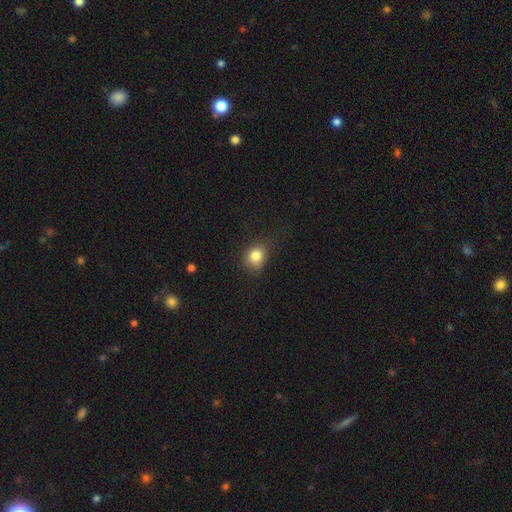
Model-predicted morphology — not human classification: smooth 83%, star or artifact 11%, featured or disk 6%. Down the decision tree: how rounded — round (67%); merging — none (75%).